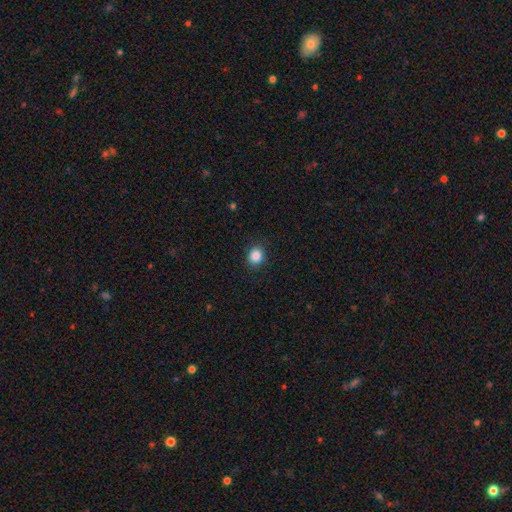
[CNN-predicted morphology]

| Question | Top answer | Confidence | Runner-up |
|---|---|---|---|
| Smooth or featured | smooth | 86% | star or artifact (10%) |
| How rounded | round | 76% | in between (23%) |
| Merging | none | 90% | minor disturbance (7%) |